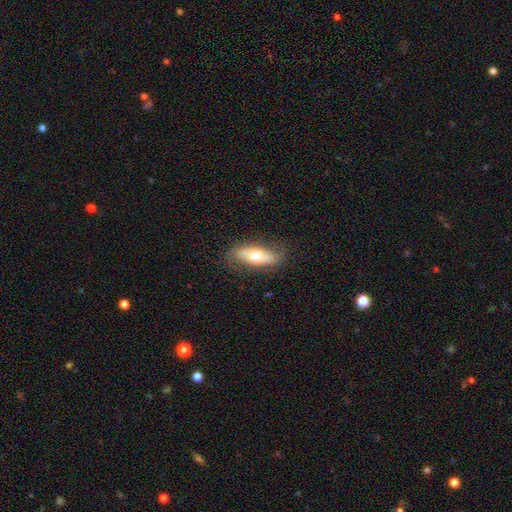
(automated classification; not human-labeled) smooth 57%, featured or disk 37%, star or artifact 6%. Down the decision tree: how rounded — in between (71%); merging — none (78%).